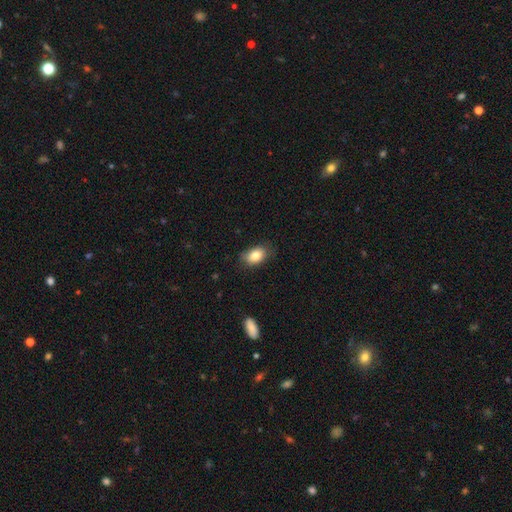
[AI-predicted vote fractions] This appears to be a smooth galaxy with no disk features (83%) that is in between round and cigar-shaped (87%). Merging: none (79%).